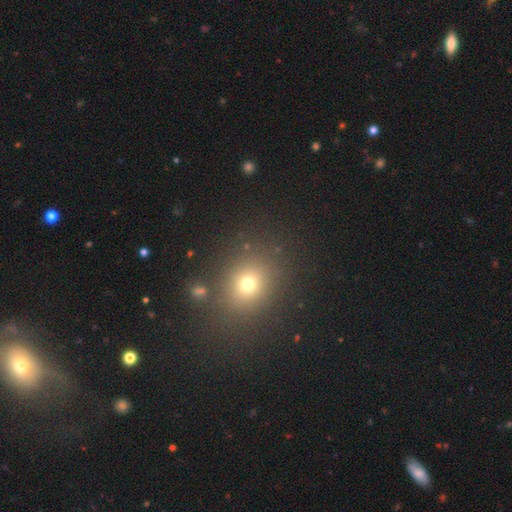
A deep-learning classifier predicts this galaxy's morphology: This is possibly a smooth galaxy (57%). How rounded: likely round (63%). Merging: clearly none (86%).